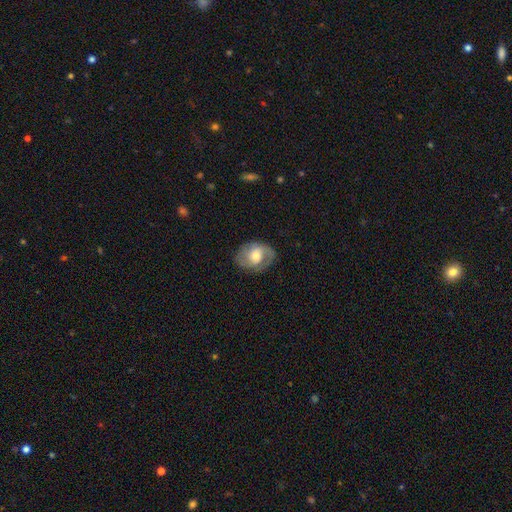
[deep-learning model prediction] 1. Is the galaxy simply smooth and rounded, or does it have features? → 56% featured or disk, 37% smooth, 7% star or artifact.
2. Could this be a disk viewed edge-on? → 96% no, 4% yes.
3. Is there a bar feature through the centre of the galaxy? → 57% no, 34% weak, 10% strong.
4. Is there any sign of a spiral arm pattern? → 76% yes, 24% no.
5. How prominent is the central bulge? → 64% moderate, 22% small, 11% large, 2% none, 1% dominant.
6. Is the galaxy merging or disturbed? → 75% none, 17% minor disturbance, 7% major disturbance, 1% merger.